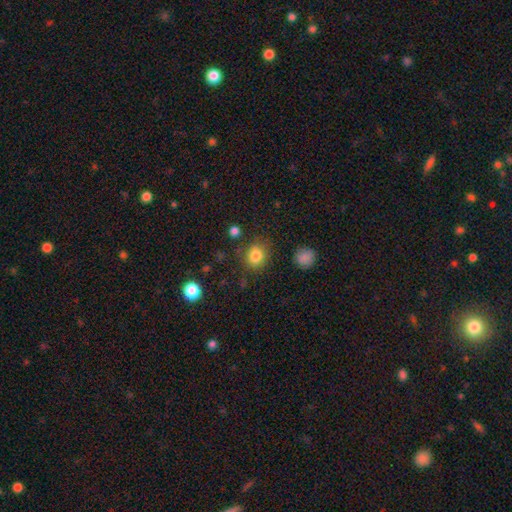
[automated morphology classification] Overall: smooth (83%). How rounded: round (74%). Merging: none (80%).